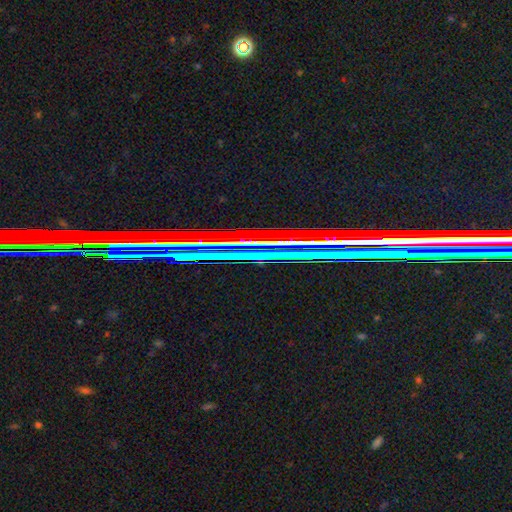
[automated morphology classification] The model was most divided on "smooth or featured": star or artifact: 81%, featured or disk: 11%, smooth: 8%.